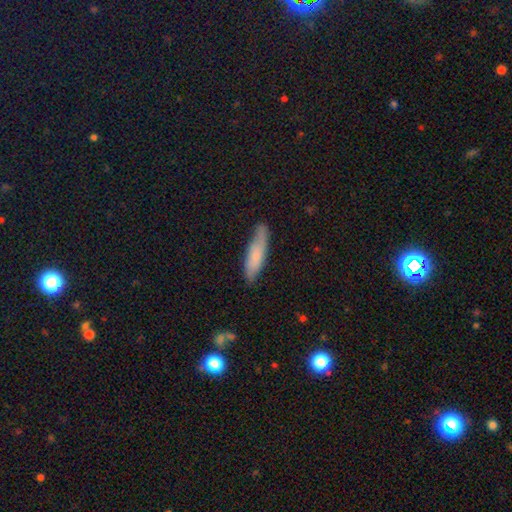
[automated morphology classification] smooth 71%, featured or disk 23%, star or artifact 6%. Down the decision tree: how rounded — cigar-shaped (74%); merging — none (72%).